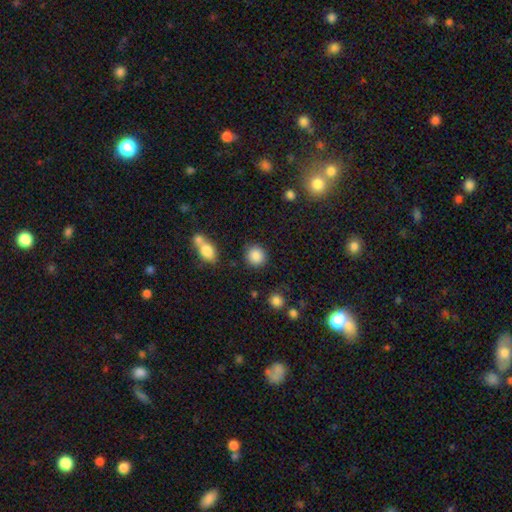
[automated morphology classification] This appears to be a smooth galaxy with no disk features (87%) that is round (88%). Merging: none (85%).